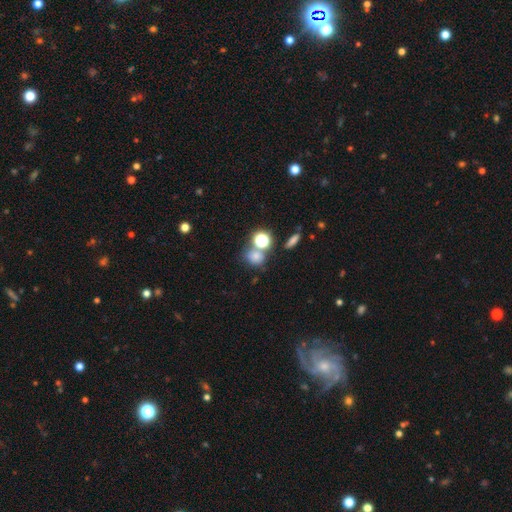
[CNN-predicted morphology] Smooth or featured: smooth — 71% (star or artifact — 20%)
How rounded: round — 65% (in between — 33%)
Merging: none — 56% (merger — 28%)